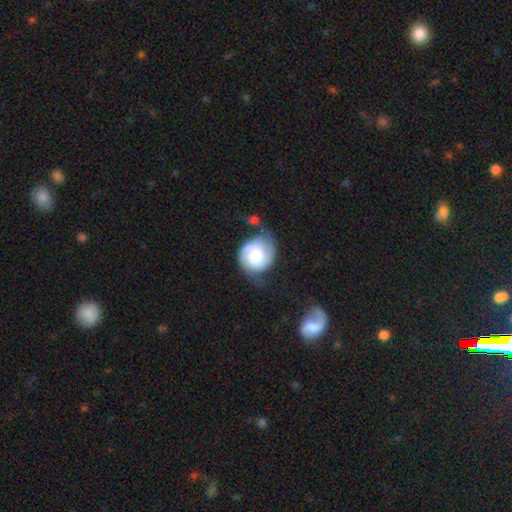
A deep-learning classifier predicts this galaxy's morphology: Q: Smooth or featured?
A: featured or disk (62%); runner-up: smooth (32%)
Q: Edge-on disk?
A: no (98%); runner-up: yes (2%)
Q: Bar?
A: no (64%); runner-up: weak (30%)
Q: Spiral arms?
A: yes (90%); runner-up: no (10%)
Q: Spiral winding?
A: medium (41%); runner-up: tight (39%)
Q: Spiral arm count?
A: 2 (77%); runner-up: can't tell (11%)
Q: Bulge size?
A: moderate (54%); runner-up: small (26%)
Q: Merging?
A: none (42%); runner-up: minor disturbance (31%)